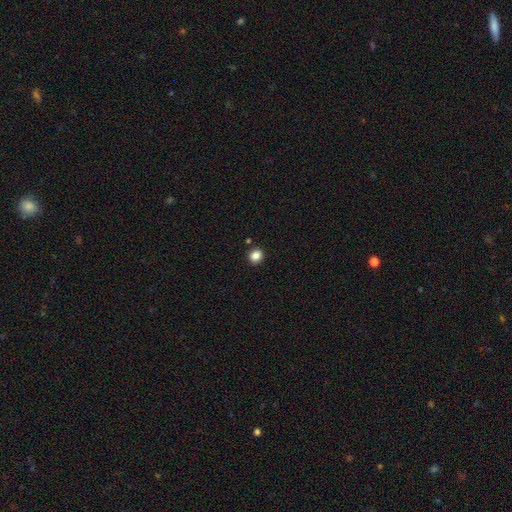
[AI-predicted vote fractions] Smooth or featured? Predicted: smooth (p=0.85). How rounded? Predicted: round (p=0.83). Merging? Predicted: none (p=0.90).